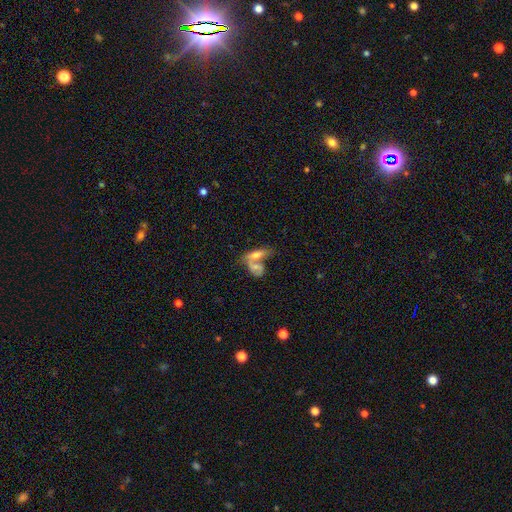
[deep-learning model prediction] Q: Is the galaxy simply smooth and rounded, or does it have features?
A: smooth — 56%.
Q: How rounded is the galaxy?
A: in between — 70%.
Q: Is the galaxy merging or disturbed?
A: merger — 64%.